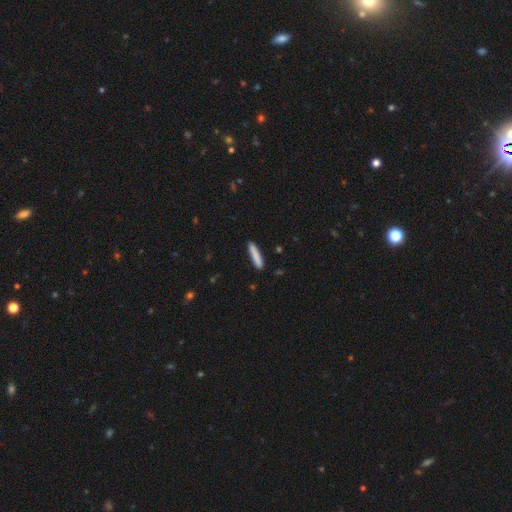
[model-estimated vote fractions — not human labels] Morphology: type=smooth (86%); roundness=cigar-shaped (91%); merging=none (89%).